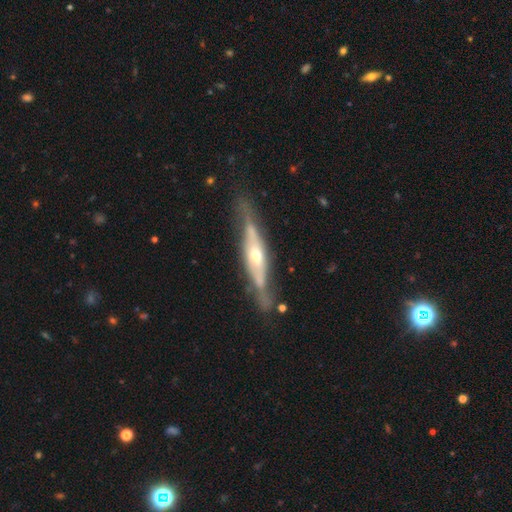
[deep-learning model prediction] Overall: featured or disk (77%). Edge-on disk: yes (75%). Edge-on bulge: rounded (81%). Merging: none (69%).